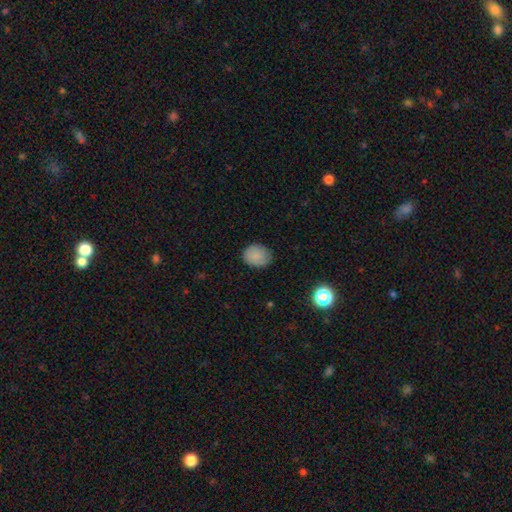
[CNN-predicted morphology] Overall: smooth (85%). How rounded: round (62%; in between 37%). Merging: none (84%).